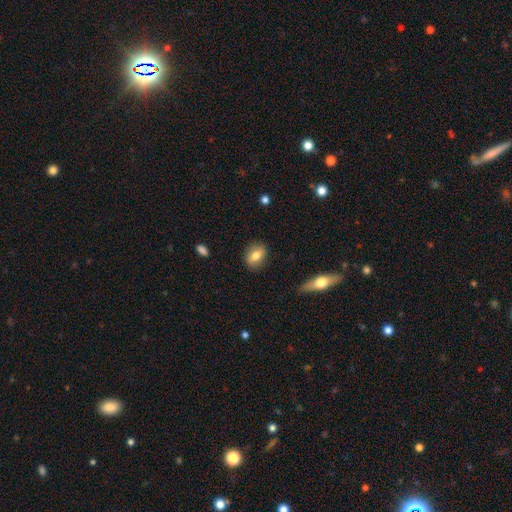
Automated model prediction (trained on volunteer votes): A smooth galaxy with no disk features (68%) that is in between round and cigar-shaped (65%).

Vote fractions:
- Smooth or featured? smooth: 68% / featured or disk: 25% / star or artifact: 7%
- How rounded? in between: 65% / round: 32% / cigar-shaped: 3%
- Merging? none: 84% / minor disturbance: 12% / major disturbance: 3% / merger: 1%